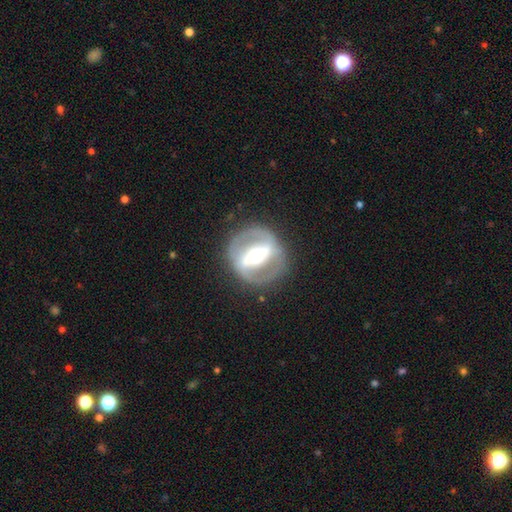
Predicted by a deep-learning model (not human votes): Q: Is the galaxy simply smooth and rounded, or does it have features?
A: featured or disk — 79%.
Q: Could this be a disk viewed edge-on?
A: no — 93%.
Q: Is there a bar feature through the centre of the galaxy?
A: strong — 70%.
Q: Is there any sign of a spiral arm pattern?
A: no — 50%, tied with yes.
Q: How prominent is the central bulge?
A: moderate — 66%.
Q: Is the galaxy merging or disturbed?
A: none — 82%.